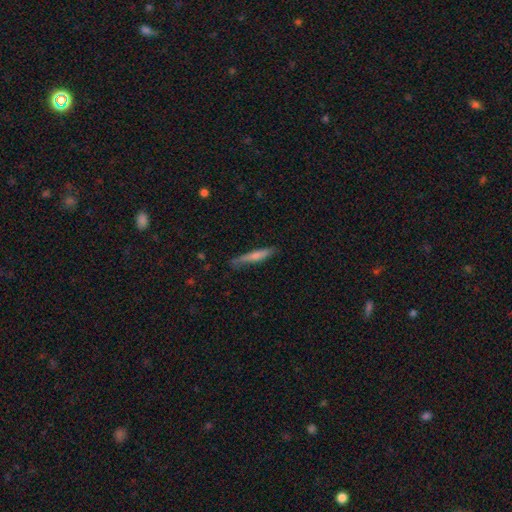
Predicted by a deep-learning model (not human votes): Smooth or featured?
  - smooth: 65% *
  - featured or disk: 29%
  - star or artifact: 6%
How rounded?
  - cigar-shaped: 92% *
  - in between: 6%
  - round: 1%
Merging?
  - none: 75% *
  - minor disturbance: 19%
  - major disturbance: 4%
  - merger: 2%